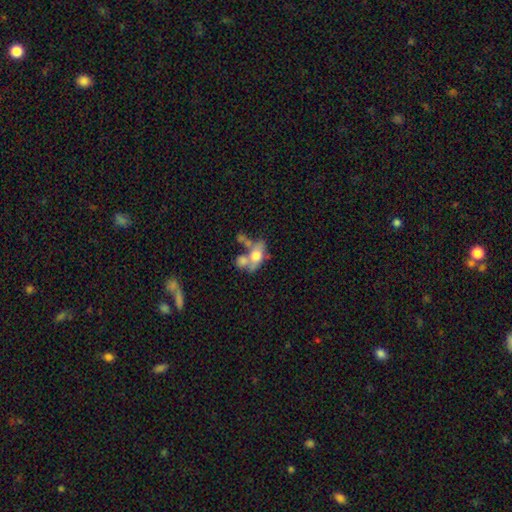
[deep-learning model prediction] Smooth or featured? Predicted: smooth (p=0.51). How rounded? Predicted: in between (p=0.77). Merging? Predicted: merger (p=0.49).